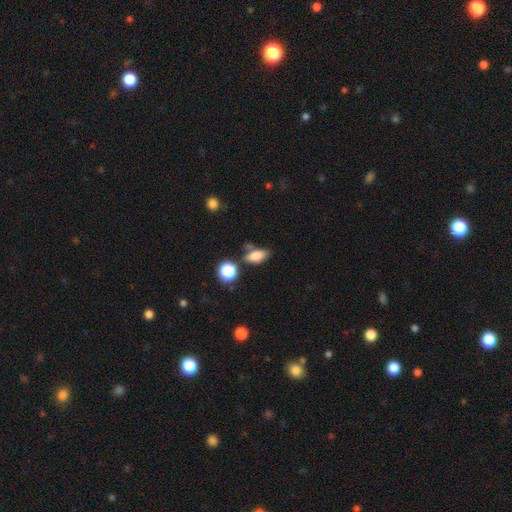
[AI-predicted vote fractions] Smooth or featured? smooth (80%)
How rounded? in between (83%)
Merging? none (63%)